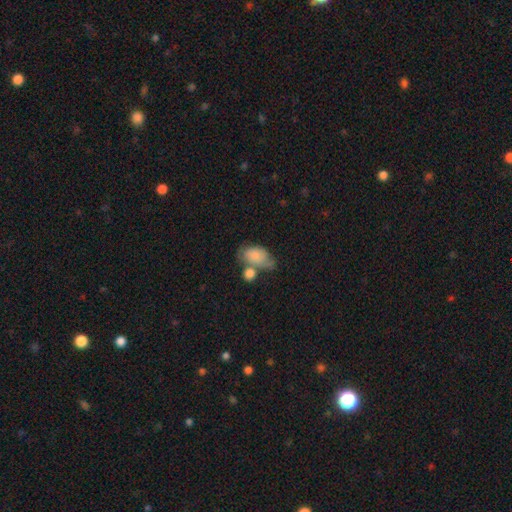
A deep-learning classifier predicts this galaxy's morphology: Smooth or featured: smooth — 70% (featured or disk — 23%)
How rounded: in between — 87% (round — 12%)
Merging: merger — 35% (none — 31%)